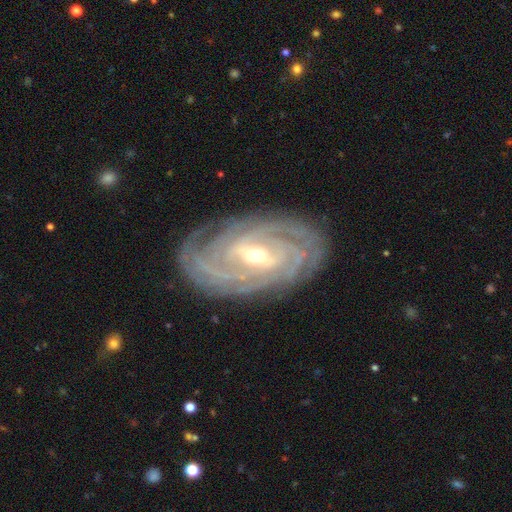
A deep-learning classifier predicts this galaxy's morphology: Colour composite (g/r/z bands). It shows a featured or disk galaxy (91%) with a strong bar (43%), 4 (26%) tight (84%) spiral arms (98%) and a moderate central bulge (52%). Merging: none (84%).